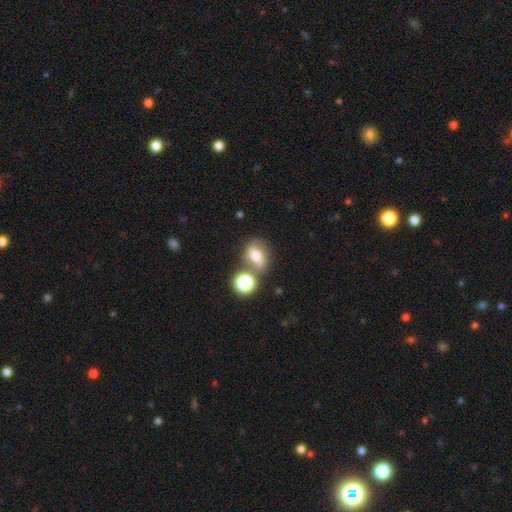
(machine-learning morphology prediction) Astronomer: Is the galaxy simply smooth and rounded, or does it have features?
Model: featured or disk — 46% (runner-up: smooth, 40%).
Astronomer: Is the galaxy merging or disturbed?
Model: none — 58%.